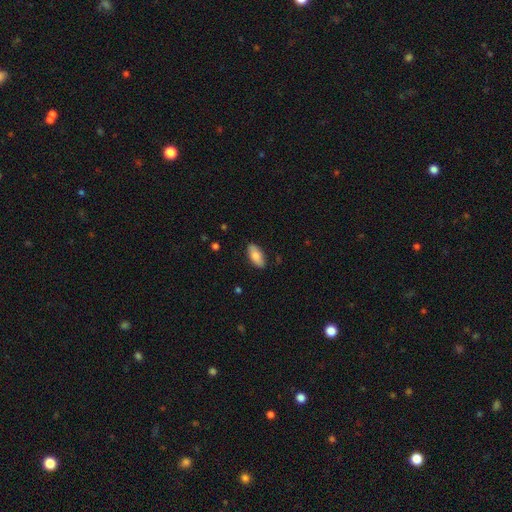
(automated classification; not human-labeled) A smooth galaxy with no disk features (82%) that is in between round and cigar-shaped (88%).

Vote fractions:
- Smooth or featured? smooth: 82% / featured or disk: 12% / star or artifact: 6%
- How rounded? in between: 88% / cigar-shaped: 9% / round: 2%
- Merging? none: 86% / minor disturbance: 11% / major disturbance: 2% / merger: 1%